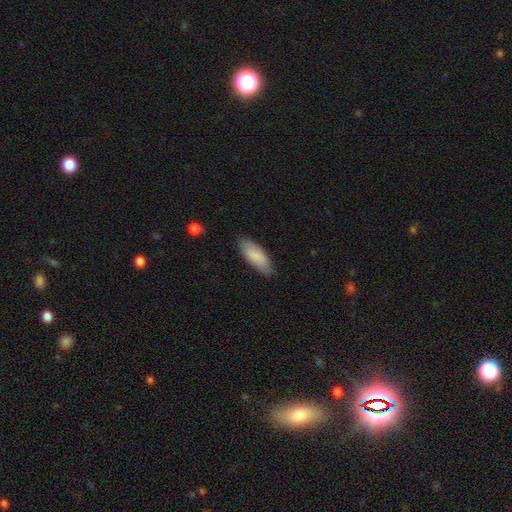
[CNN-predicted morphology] This appears to be a smooth galaxy with no disk features (85%) that is in between round and cigar-shaped (74%). Merging: none (84%).